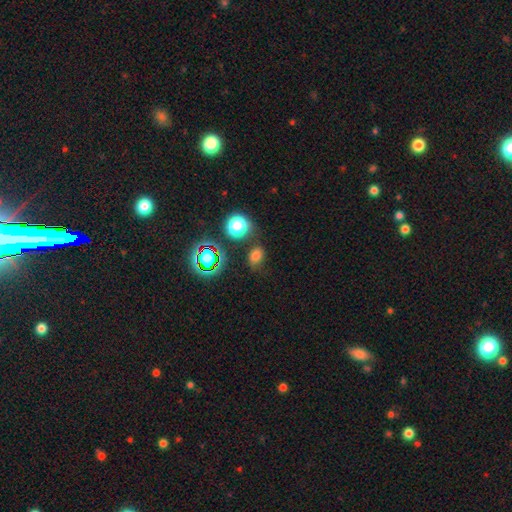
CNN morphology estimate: Overall: smooth (67%). How rounded: in between (61%; round 38%). Merging: none (70%).